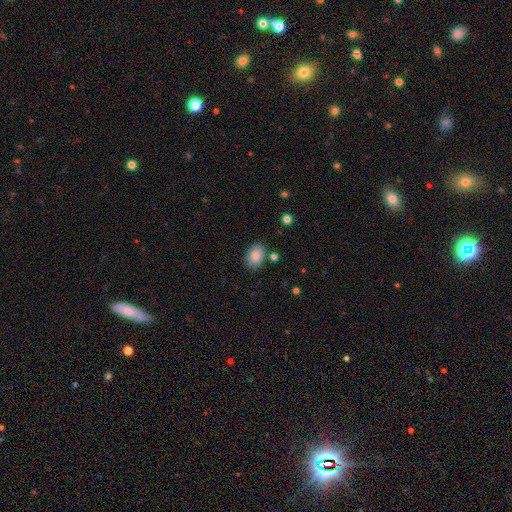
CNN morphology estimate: Smooth or featured? Predicted: smooth (p=0.87). How rounded? Predicted: in between (p=0.82). Merging? Predicted: none (p=0.82).